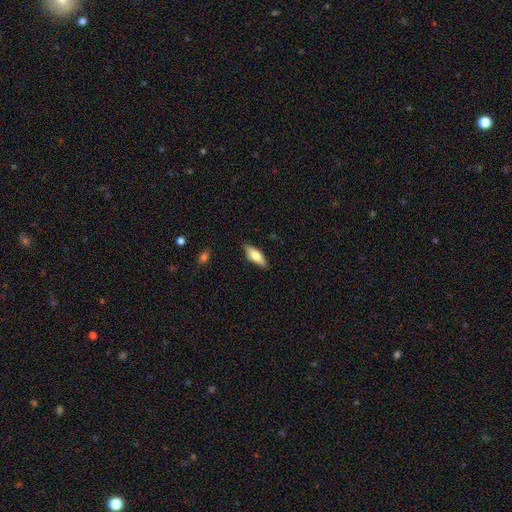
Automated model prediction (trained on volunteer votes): A smooth galaxy with no disk features (70%) that is in between round and cigar-shaped (58%). Merging: none (85%).